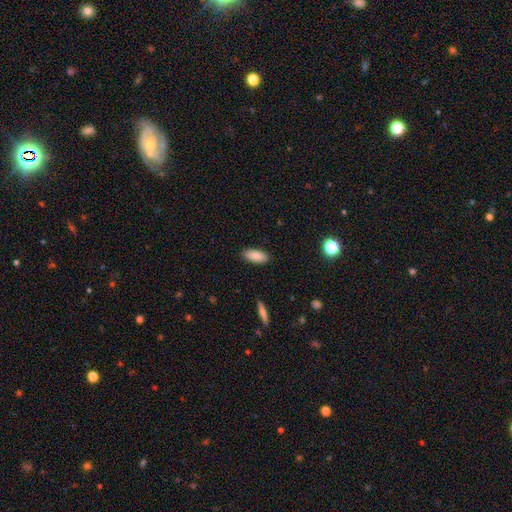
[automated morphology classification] smooth_or_featured: smooth (p=0.85) [alt: featured or disk p=0.08]
how_rounded: in between (p=0.83) [alt: cigar-shaped p=0.15]
merging: none (p=0.89) [alt: minor disturbance p=0.08]